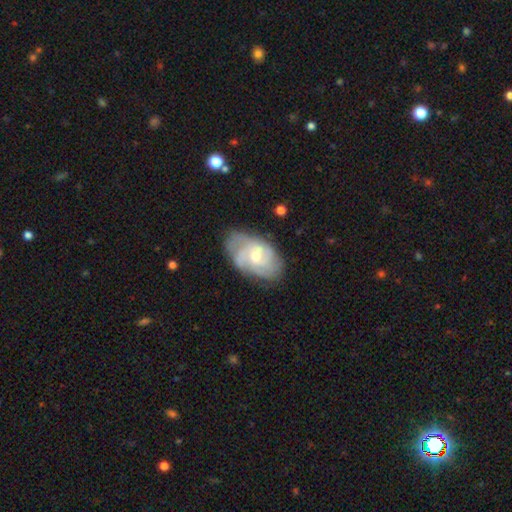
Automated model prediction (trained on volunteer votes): This is likely a featured or disk galaxy (78%). It is clearly not viewed edge-on (96%). Bar: likely no (63%). Spiral arm pattern: clearly yes (93%). Spiral arm count: marginally can't tell (33%). Spiral winding: possibly tight (53%). Central bulge: possibly small (51%). Merging: likely none (70%).